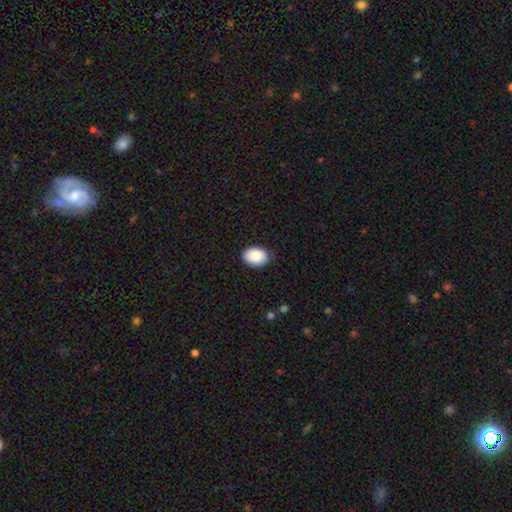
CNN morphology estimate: A smooth galaxy with no disk features (87%) that is in between round and cigar-shaped (81%). Merging: none (84%).